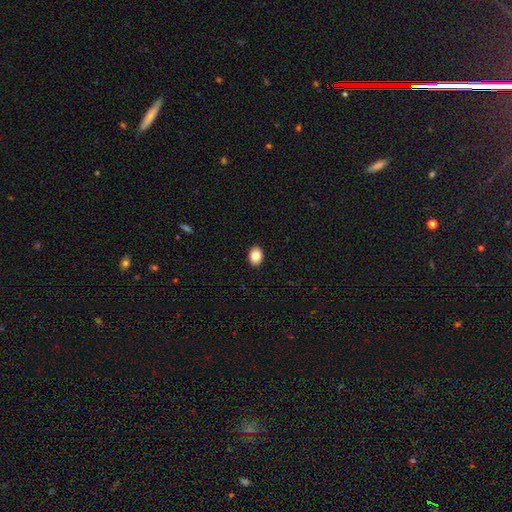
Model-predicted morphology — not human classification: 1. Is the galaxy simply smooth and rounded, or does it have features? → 85% smooth, 8% star or artifact, 6% featured or disk.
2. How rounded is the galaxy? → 72% in between, 27% round, 1% cigar-shaped.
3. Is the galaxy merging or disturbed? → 91% none, 6% minor disturbance, 2% major disturbance, 1% merger.